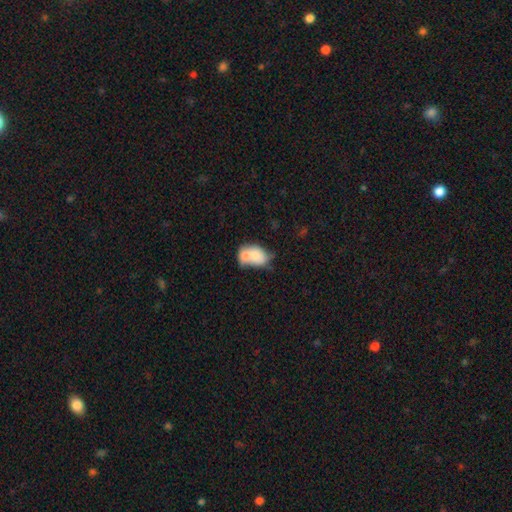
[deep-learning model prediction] A smooth galaxy with no disk features (72%) that is in between round and cigar-shaped (73%).

Vote fractions:
- Smooth or featured? smooth: 72% / featured or disk: 21% / star or artifact: 8%
- How rounded? in between: 73% / round: 26% / cigar-shaped: 1%
- Merging? merger: 64% / none: 19% / minor disturbance: 11% / major disturbance: 6%